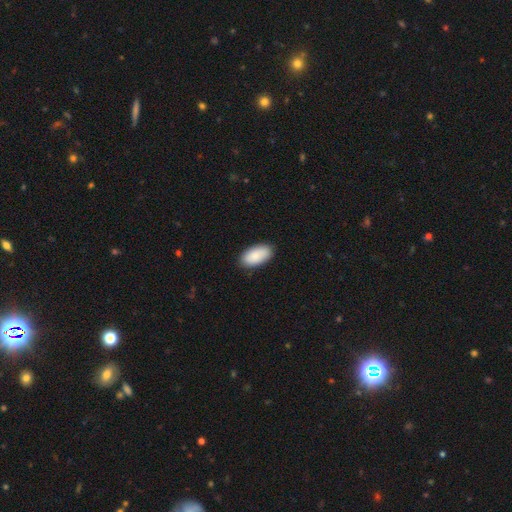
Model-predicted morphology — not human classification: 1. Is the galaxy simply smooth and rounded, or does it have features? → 88% smooth, 6% star or artifact, 6% featured or disk.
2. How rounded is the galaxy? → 95% in between, 3% cigar-shaped, 2% round.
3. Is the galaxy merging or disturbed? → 87% none, 10% minor disturbance, 2% major disturbance, 1% merger.